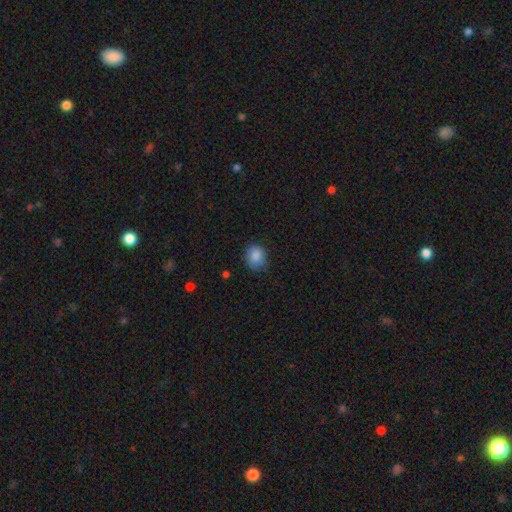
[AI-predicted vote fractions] This is clearly a smooth galaxy (86%). How rounded: likely round (70%). Merging: likely none (76%).